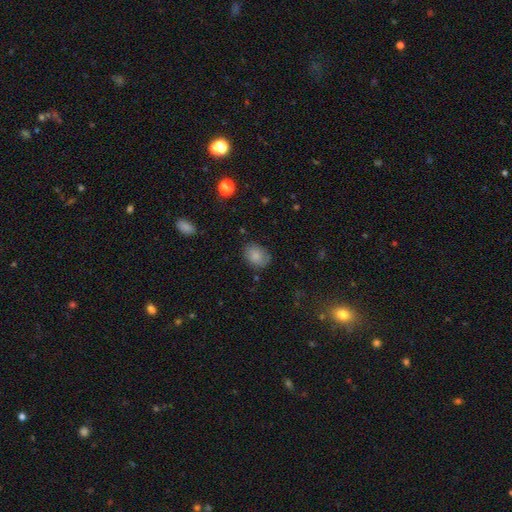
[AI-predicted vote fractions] smooth-or-featured: smooth: 82% | featured or disk: 9% | star or artifact: 9%
  how-rounded: in between: 66% | round: 33% | cigar-shaped: 1%
  merging: none: 76% | minor disturbance: 18% | major disturbance: 4% | merger: 2%